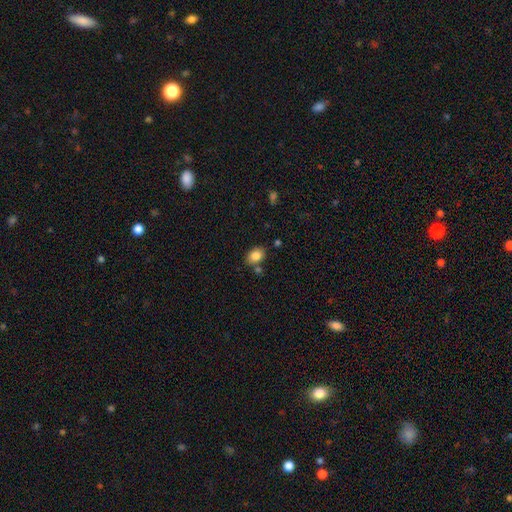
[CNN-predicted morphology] smooth_or_featured: smooth (p=0.84) [alt: star or artifact p=0.09]
how_rounded: in between (p=0.74) [alt: round p=0.25]
merging: none (p=0.75) [alt: minor disturbance p=0.13]